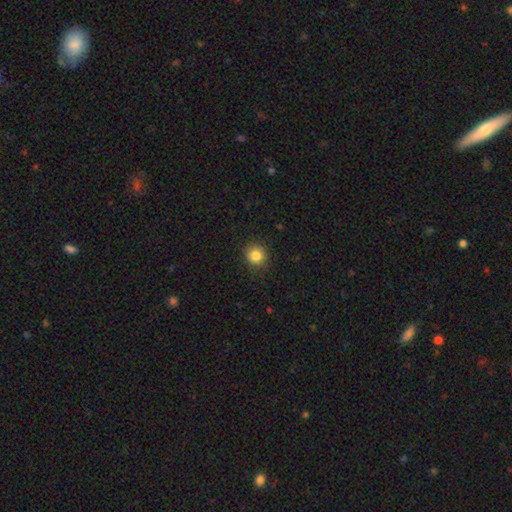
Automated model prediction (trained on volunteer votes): Morphology: type=smooth (84%); roundness=round (91%); merging=none (90%).